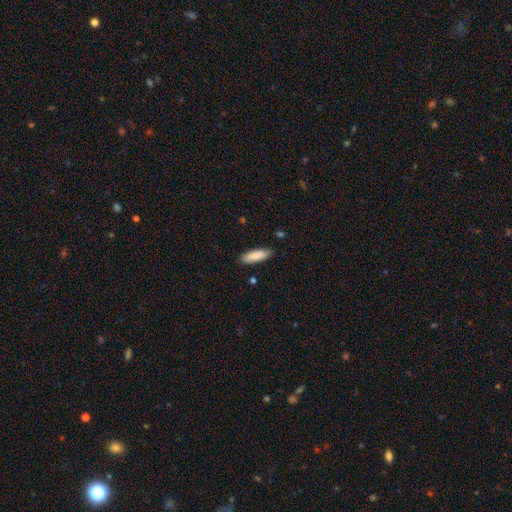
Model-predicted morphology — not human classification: smooth-or-featured: smooth: 87% | featured or disk: 7% | star or artifact: 5%
  how-rounded: in between: 49% (tied) | cigar-shaped: 49% (tied) | round: 1%
  merging: none: 86% | minor disturbance: 10% | major disturbance: 2% | merger: 1%